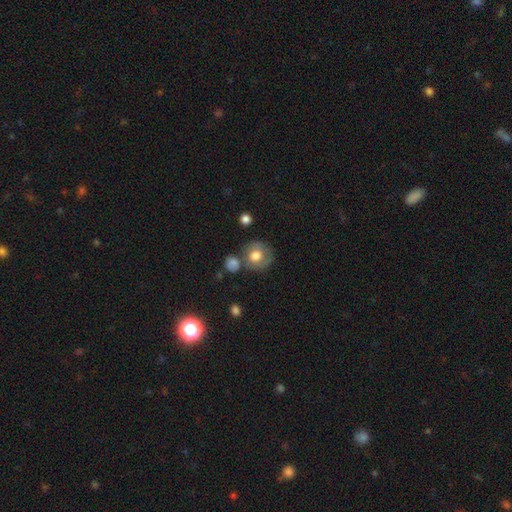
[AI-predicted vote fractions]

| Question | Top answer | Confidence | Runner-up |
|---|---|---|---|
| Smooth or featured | smooth | 62% | featured or disk (30%) |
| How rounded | round | 84% | in between (15%) |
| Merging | none | 62% | minor disturbance (17%) |